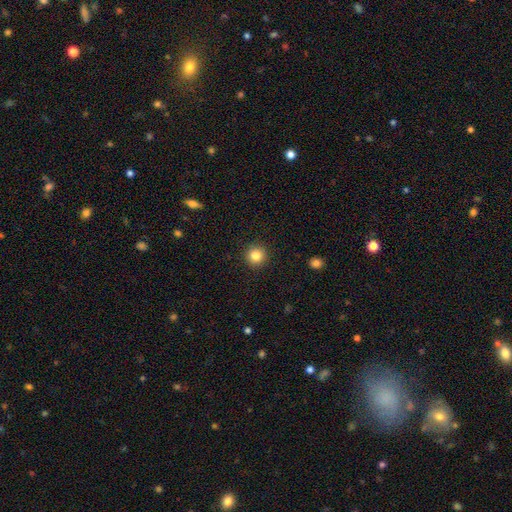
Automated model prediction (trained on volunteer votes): Smooth or featured? Predicted: smooth (p=0.84). How rounded? Predicted: round (p=0.95). Merging? Predicted: none (p=0.92).